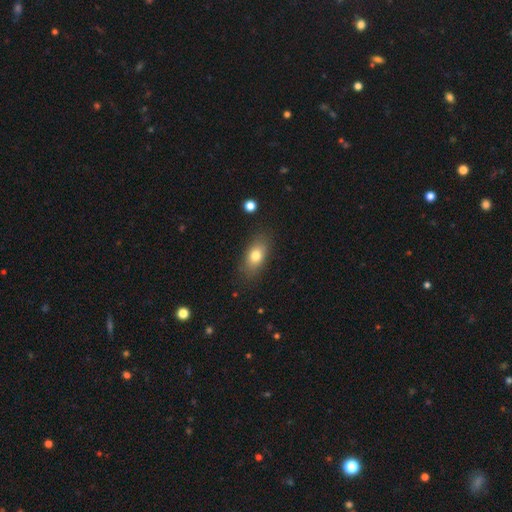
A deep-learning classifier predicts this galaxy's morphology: type=smooth (77%); roundness=in between (83%); merging=none (82%).